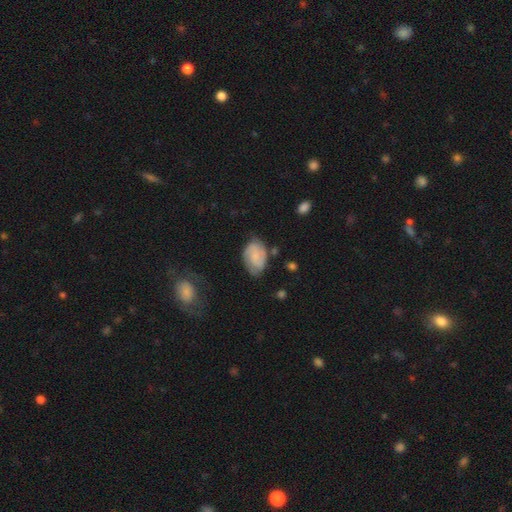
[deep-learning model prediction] Smooth or featured? smooth (50%)
How rounded? in between (87%)
Merging? none (65%)